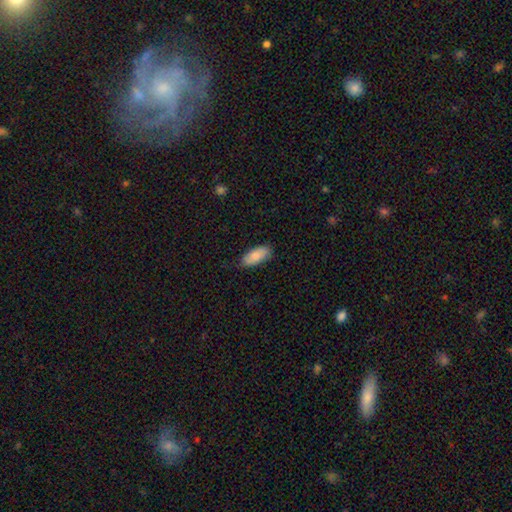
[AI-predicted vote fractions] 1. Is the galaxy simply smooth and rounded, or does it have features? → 86% smooth, 8% featured or disk, 6% star or artifact.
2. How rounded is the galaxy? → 87% in between, 11% cigar-shaped, 2% round.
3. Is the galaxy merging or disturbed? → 81% none, 15% minor disturbance, 3% major disturbance, 1% merger.